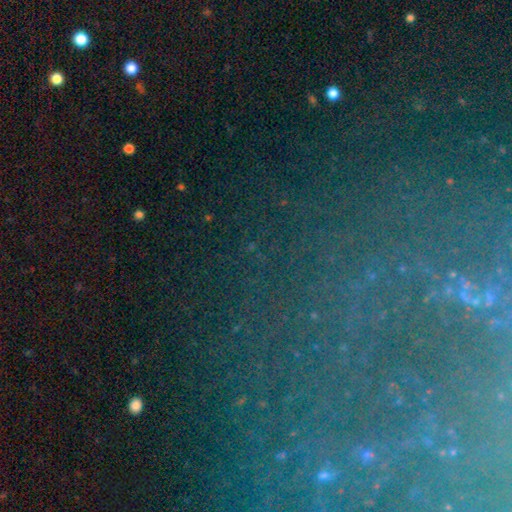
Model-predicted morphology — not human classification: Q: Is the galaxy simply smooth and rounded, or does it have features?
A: star or artifact — 70%.